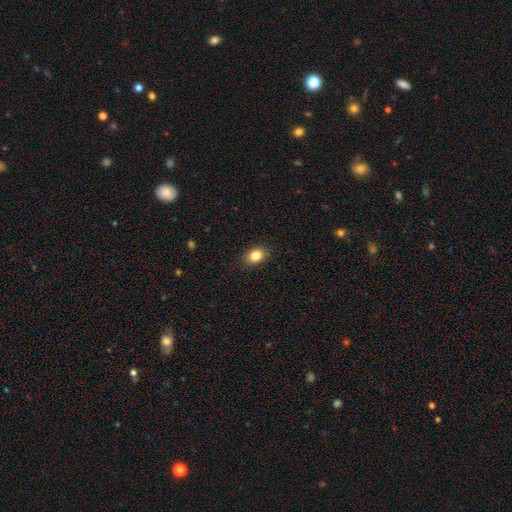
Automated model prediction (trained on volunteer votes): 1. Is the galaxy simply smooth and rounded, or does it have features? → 85% smooth, 9% star or artifact, 6% featured or disk.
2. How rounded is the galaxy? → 68% in between, 31% round, 1% cigar-shaped.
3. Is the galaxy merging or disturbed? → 89% none, 8% minor disturbance, 2% major disturbance, 1% merger.